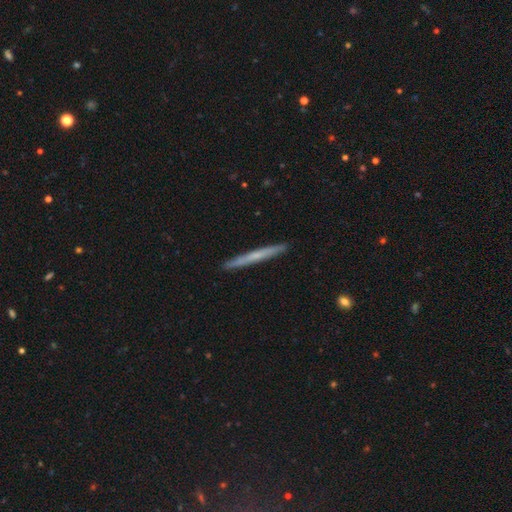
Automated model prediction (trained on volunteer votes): A smooth galaxy with no disk features (47%, tied with featured or disk). Merging: none (92%).